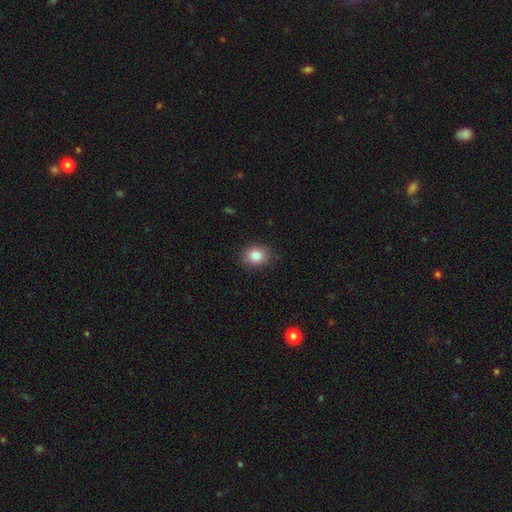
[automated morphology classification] type=smooth (84%); roundness=round (60%); merging=none (87%).